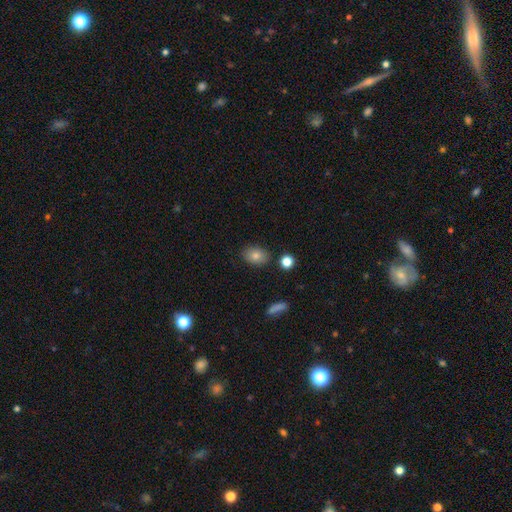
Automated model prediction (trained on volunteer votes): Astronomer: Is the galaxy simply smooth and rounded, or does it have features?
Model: smooth — 80%.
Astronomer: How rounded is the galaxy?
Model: in between — 75%.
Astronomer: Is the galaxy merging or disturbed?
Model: none — 83%.